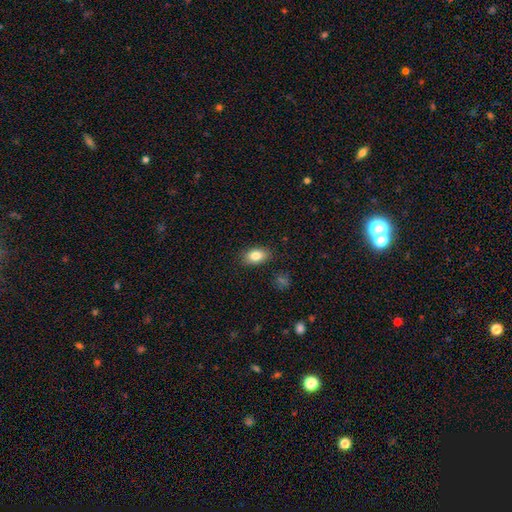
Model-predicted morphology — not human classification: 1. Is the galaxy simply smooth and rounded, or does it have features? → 83% smooth, 9% featured or disk, 8% star or artifact.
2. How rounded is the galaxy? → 88% in between, 10% round, 2% cigar-shaped.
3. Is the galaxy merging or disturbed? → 85% none, 11% minor disturbance, 3% major disturbance, 1% merger.